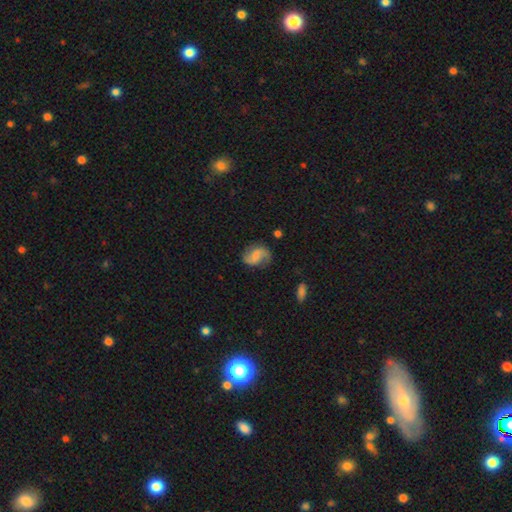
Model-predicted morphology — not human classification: Smooth or featured? Predicted: featured or disk (p=0.71). Edge-on disk? Predicted: no (p=0.98). Bar? Predicted: no (p=0.44). Spiral arms? Predicted: yes (p=0.95). Spiral winding? Predicted: loose (p=0.52). Spiral arm count? Predicted: 2 (p=0.90). Bulge size? Predicted: none (p=0.53). Merging? Predicted: none (p=0.75).